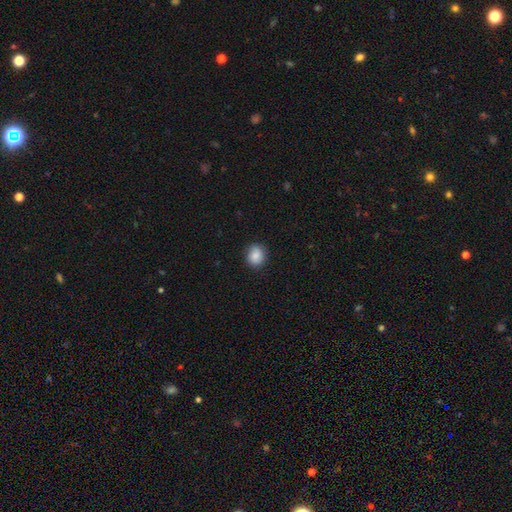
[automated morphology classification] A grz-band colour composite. It shows a smooth galaxy with no disk features (85%) that is round (72%). Merging: none (84%).